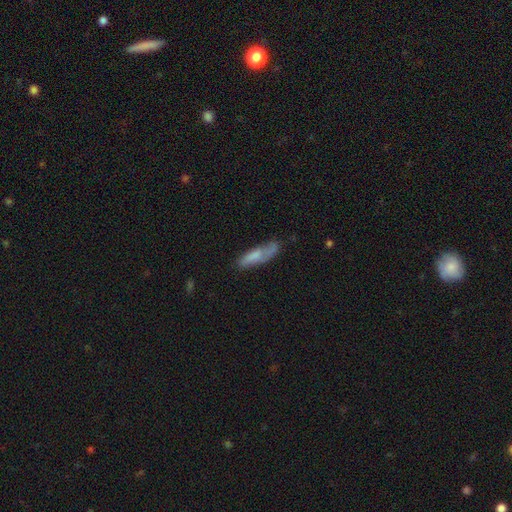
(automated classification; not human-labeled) Smooth or featured?
  - smooth: 66% *
  - featured or disk: 27%
  - star or artifact: 7%
How rounded?
  - cigar-shaped: 62% *
  - in between: 36%
  - round: 2%
Merging?
  - none: 57% *
  - minor disturbance: 28%
  - major disturbance: 11%
  - merger: 4%